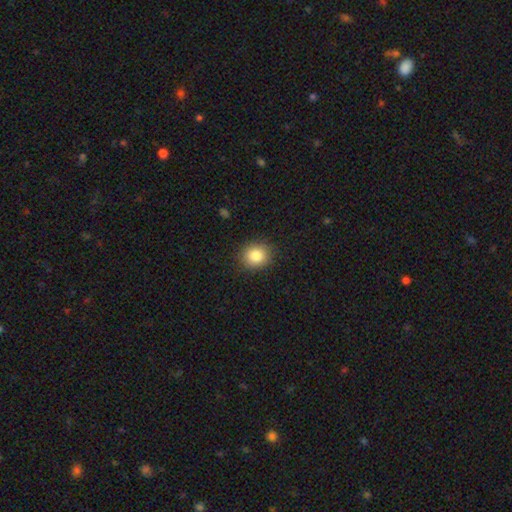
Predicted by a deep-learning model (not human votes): This appears to be a smooth galaxy with no disk features (84%) that is round (74%). Merging: none (88%).